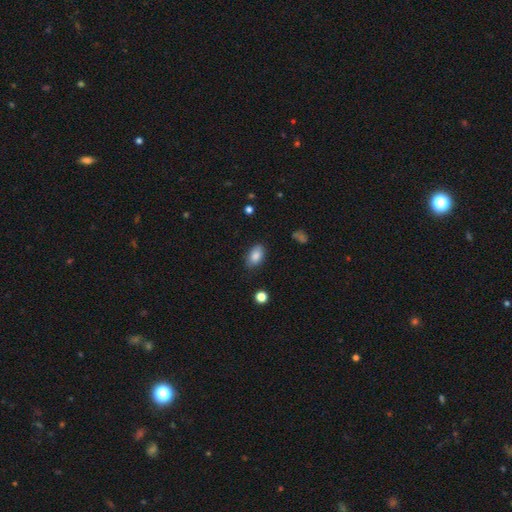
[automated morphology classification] This is clearly a smooth galaxy (86%). How rounded: clearly in between (92%). Merging: clearly none (82%).